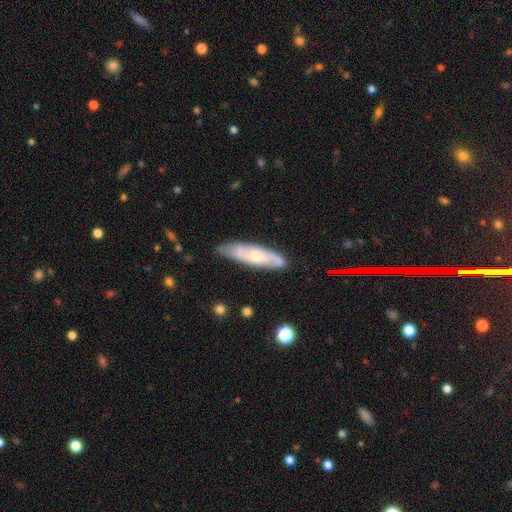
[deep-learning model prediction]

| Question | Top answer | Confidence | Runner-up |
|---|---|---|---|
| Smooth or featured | featured or disk | 55% | smooth (39%) |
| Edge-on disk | no | 64% | yes (36%) |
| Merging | none | 76% | minor disturbance (17%) |